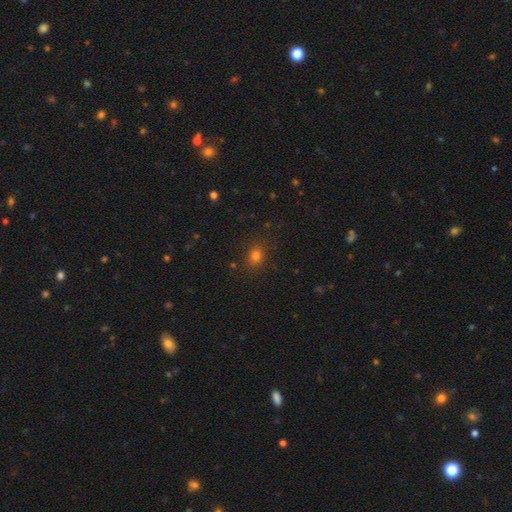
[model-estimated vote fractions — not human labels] smooth_or_featured: smooth (p=0.76) [alt: star or artifact p=0.17]
how_rounded: round (p=0.52) [alt: in between p=0.47]
merging: none (p=0.85) [alt: minor disturbance p=0.10]